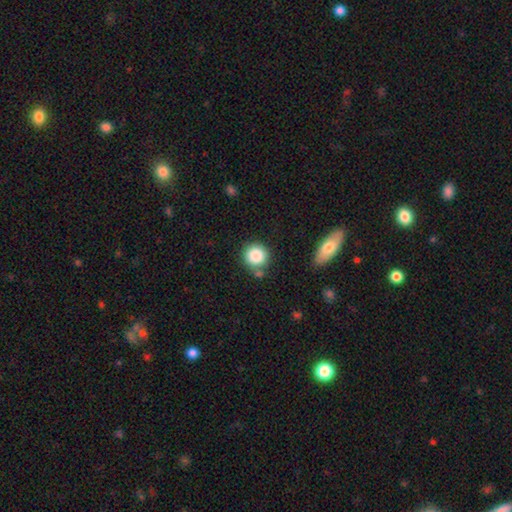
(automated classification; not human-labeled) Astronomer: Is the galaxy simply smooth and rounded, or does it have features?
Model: smooth — 85%.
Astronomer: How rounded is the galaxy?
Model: round — 91%.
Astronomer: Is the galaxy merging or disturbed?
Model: none — 74%.